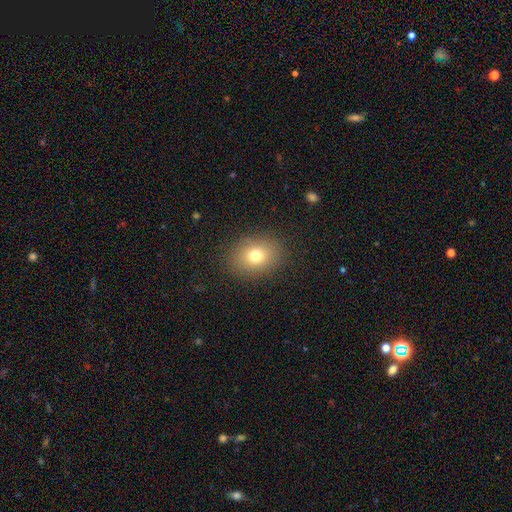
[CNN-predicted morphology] A smooth galaxy with no disk features (75%) that is in between round and cigar-shaped (55%).

Vote fractions:
- Smooth or featured? smooth: 75% / star or artifact: 13% / featured or disk: 12%
- How rounded? in between: 55% / round: 44% / cigar-shaped: 1%
- Merging? none: 87% / minor disturbance: 8% / major disturbance: 3% / merger: 1%